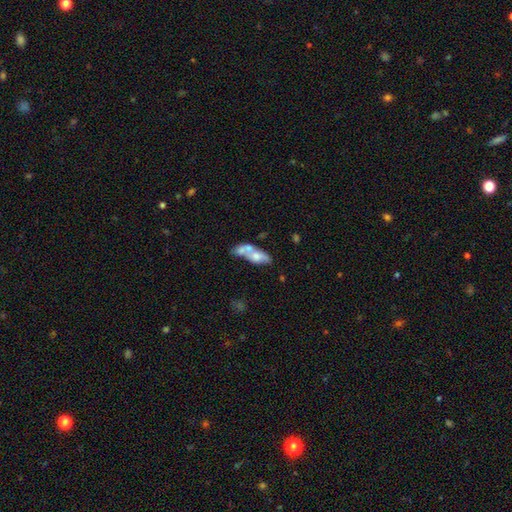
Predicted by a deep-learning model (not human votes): Overall: smooth (48%; featured or disk 43%). Merging: merger (55%; none 23%).